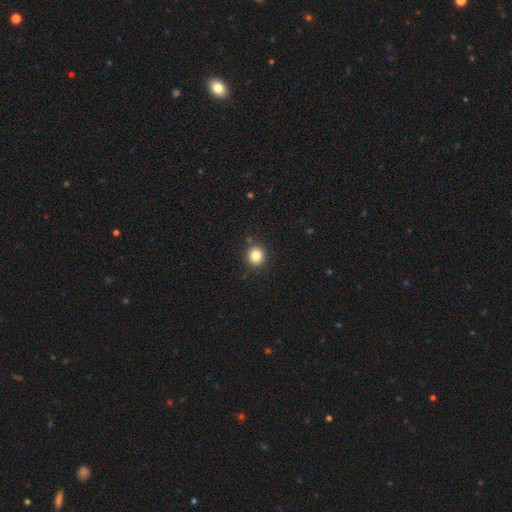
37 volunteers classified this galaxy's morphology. Smooth or featured: smooth — 86% (featured or disk — 8%)
How rounded: round — 84% (in between — 16%)
Merging: none — 77% (major disturbance — 11%)